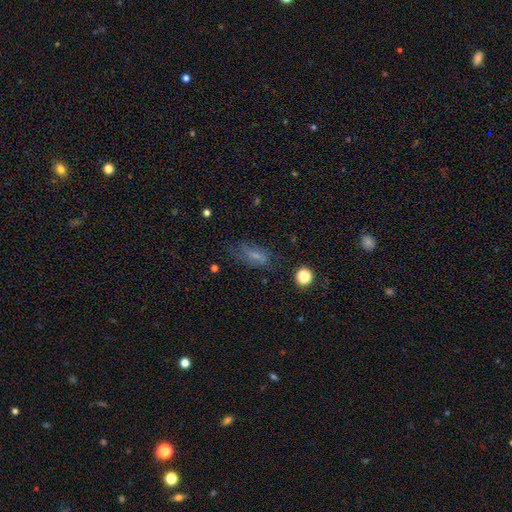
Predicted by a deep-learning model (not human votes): Overall: smooth (51%; featured or disk 33%). How rounded: in between (76%). Merging: none (57%; minor disturbance 25%).